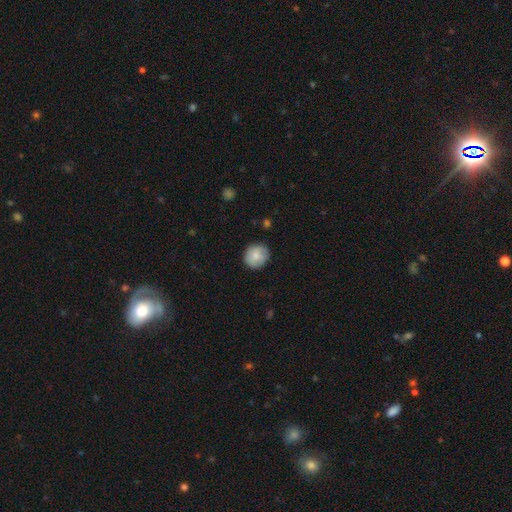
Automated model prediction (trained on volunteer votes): This is likely a smooth galaxy (77%). How rounded: clearly round (86%). Merging: clearly none (84%).